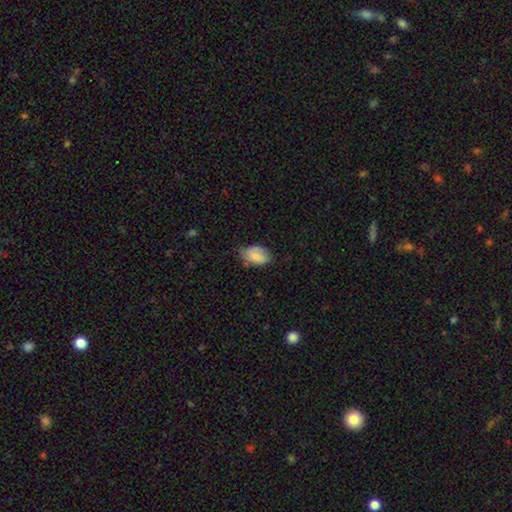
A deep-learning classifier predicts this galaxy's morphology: Q: Smooth or featured?
A: smooth (81%); runner-up: featured or disk (12%)
Q: How rounded?
A: in between (92%); runner-up: round (7%)
Q: Merging?
A: none (62%); runner-up: minor disturbance (30%)